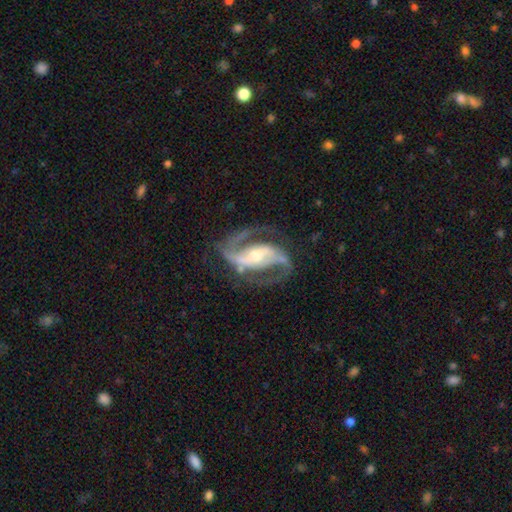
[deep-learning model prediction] smooth_or_featured: featured or disk (p=0.92) [alt: star or artifact p=0.04]
disk_edge_on: no (p=0.97) [alt: yes p=0.03]
bar: strong (p=0.50) [alt: weak p=0.32]
has_spiral_arms: yes (p=0.98) [alt: no p=0.02]
spiral_winding: medium (p=0.60) [alt: loose p=0.24]
spiral_arm_count: 2 (p=0.91) [alt: 3 p=0.03]
bulge_size: moderate (p=0.55) [alt: small p=0.37]
merging: none (p=0.75) [alt: minor disturbance p=0.14]